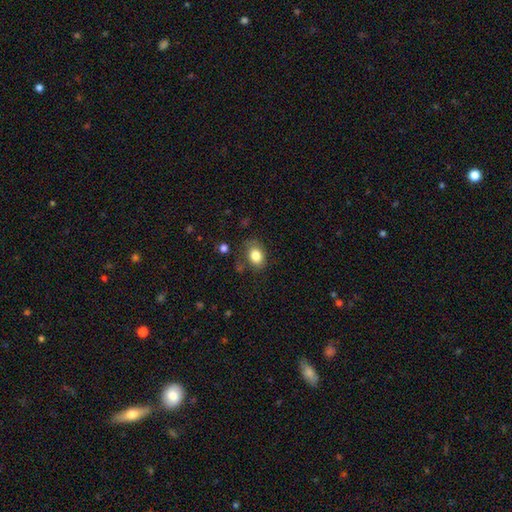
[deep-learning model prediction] A smooth galaxy with no disk features (82%) that is in between round and cigar-shaped (68%). Merging: none (68%).